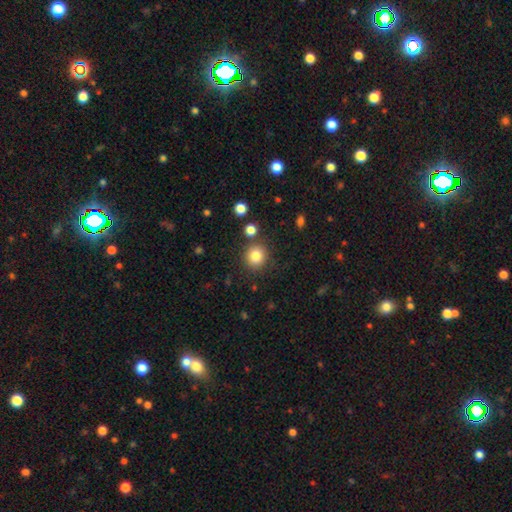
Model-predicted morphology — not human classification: This is clearly a smooth galaxy (83%). How rounded: clearly round (90%). Merging: clearly none (84%).